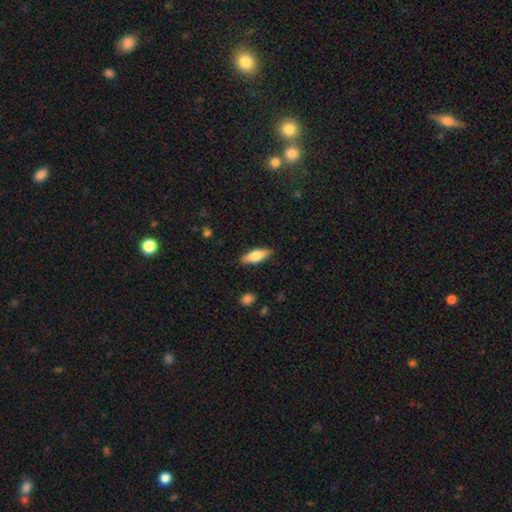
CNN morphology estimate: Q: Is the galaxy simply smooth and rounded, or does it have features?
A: smooth — 66%.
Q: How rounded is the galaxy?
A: in between — 60%.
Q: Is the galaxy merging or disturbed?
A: none — 87%.